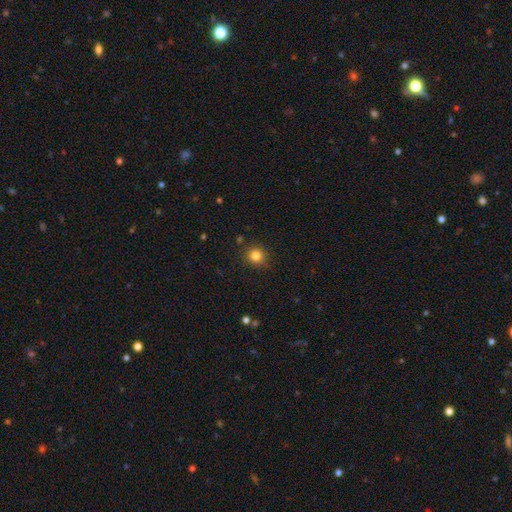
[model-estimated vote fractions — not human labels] Smooth or featured: smooth — 82% (star or artifact — 12%)
How rounded: round — 89% (in between — 10%)
Merging: none — 87% (minor disturbance — 9%)